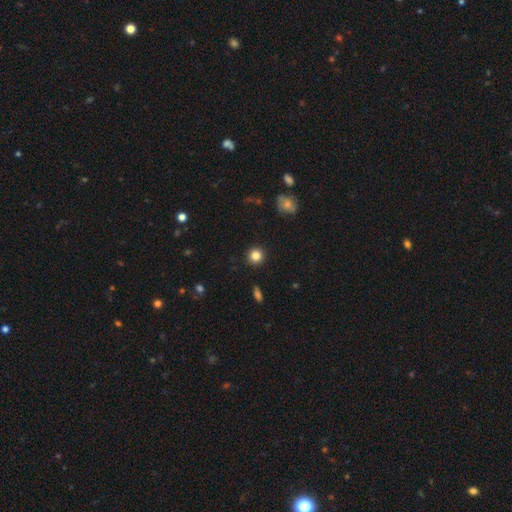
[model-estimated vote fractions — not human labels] smooth_or_featured: smooth (p=0.83) [alt: star or artifact p=0.11]
how_rounded: round (p=0.93) [alt: in between p=0.06]
merging: none (p=0.92) [alt: minor disturbance p=0.05]